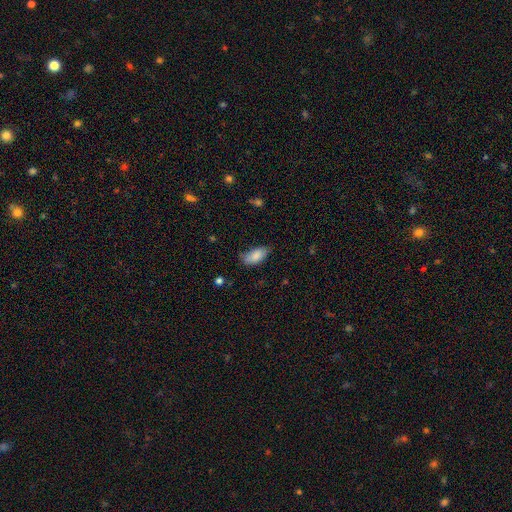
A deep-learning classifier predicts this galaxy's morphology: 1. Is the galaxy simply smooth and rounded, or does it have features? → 85% smooth, 8% featured or disk, 7% star or artifact.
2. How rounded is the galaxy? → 91% in between, 6% cigar-shaped, 3% round.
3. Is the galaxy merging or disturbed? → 64% none, 29% minor disturbance, 6% major disturbance, 2% merger.